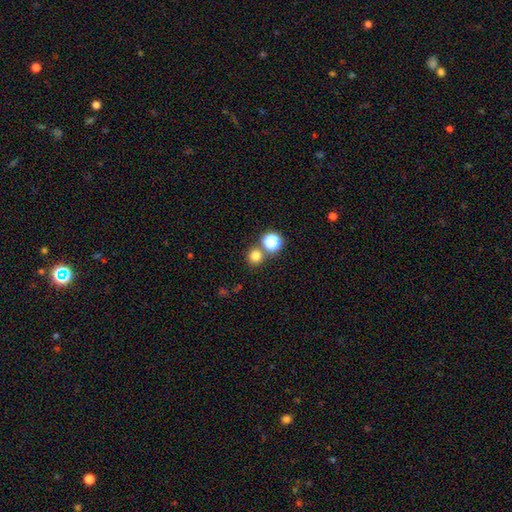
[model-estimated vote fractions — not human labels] The model was most divided on "merging": none: 74%, merger: 17%, minor disturbance: 6%, major disturbance: 3%. More confident: how rounded — round (92%); smooth or featured — smooth (77%).